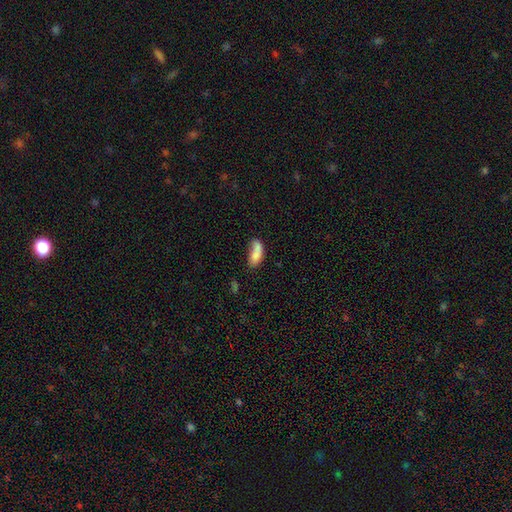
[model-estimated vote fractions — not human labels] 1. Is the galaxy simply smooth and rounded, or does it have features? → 79% smooth, 13% featured or disk, 8% star or artifact.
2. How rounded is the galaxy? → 77% in between, 20% cigar-shaped, 3% round.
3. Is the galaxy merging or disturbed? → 37% none, 26% merger, 22% minor disturbance, 14% major disturbance.